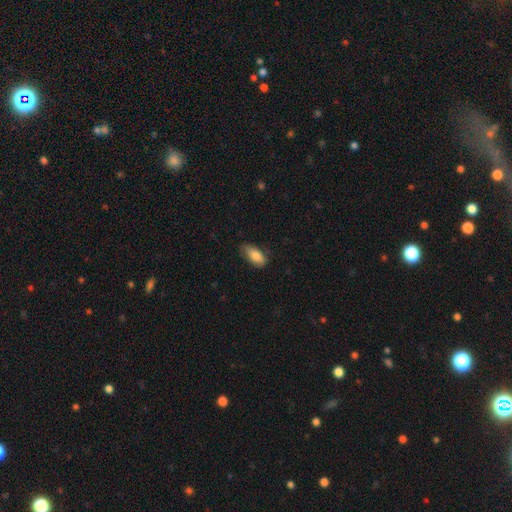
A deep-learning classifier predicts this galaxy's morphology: This is clearly a smooth galaxy (83%). How rounded: clearly in between (89%). Merging: likely none (69%).